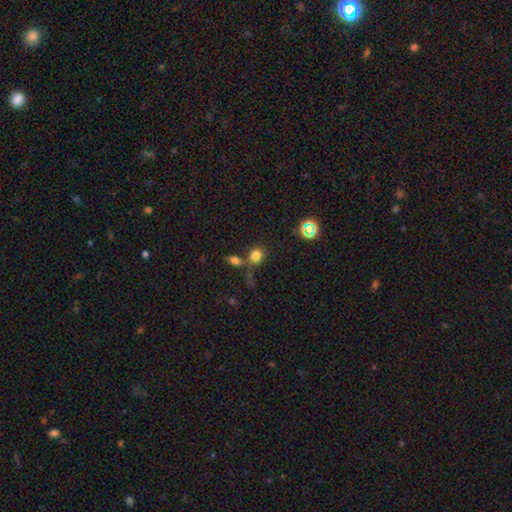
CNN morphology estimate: Smooth or featured?
  - smooth: 76% *
  - star or artifact: 15%
  - featured or disk: 9%
How rounded?
  - round: 72% *
  - in between: 26%
  - cigar-shaped: 2%
Merging?
  - none: 54% *
  - merger: 31%
  - minor disturbance: 10%
  - major disturbance: 5%